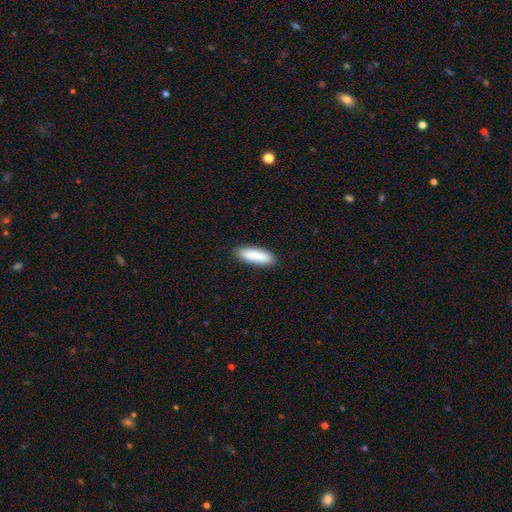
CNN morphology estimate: Overall: smooth (88%). How rounded: cigar-shaped (55%; in between 43%). Merging: none (88%).